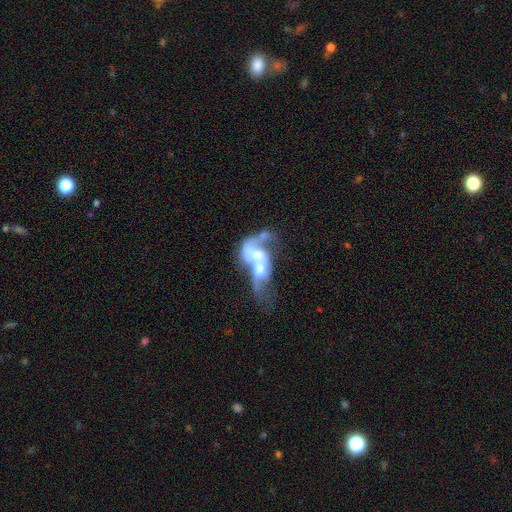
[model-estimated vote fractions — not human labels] A featured or disk galaxy (60%) with no bar (75%), no spiral arms (62%) and a moderate central bulge (43%). Merging: merger (75%).